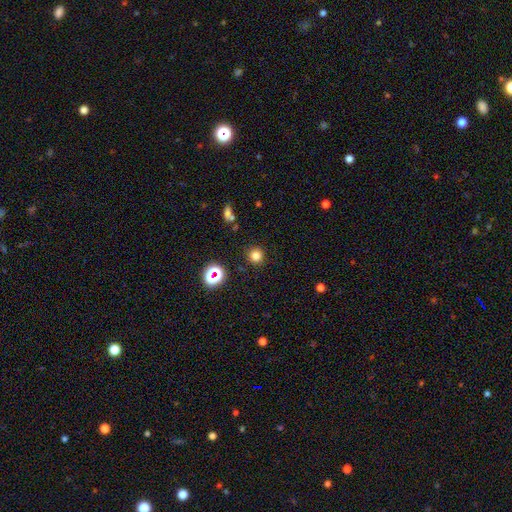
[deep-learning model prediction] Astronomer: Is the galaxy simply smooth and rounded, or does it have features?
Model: smooth — 76%.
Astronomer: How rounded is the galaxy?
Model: round — 95%.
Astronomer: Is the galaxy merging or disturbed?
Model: none — 89%.